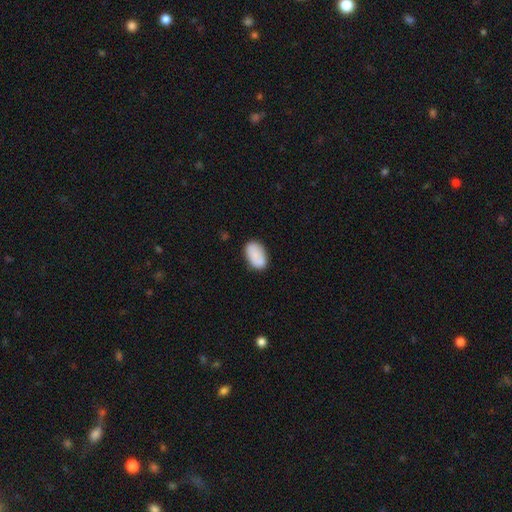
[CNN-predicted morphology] A smooth galaxy with no disk features (84%) that is in between round and cigar-shaped (93%). Merging: none (79%).